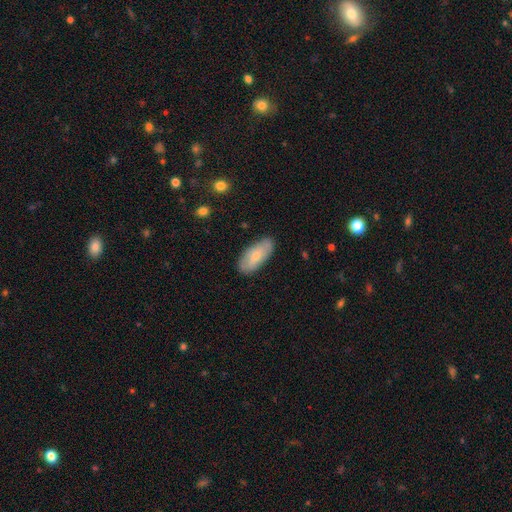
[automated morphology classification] Smooth or featured?
  - smooth: 67% *
  - featured or disk: 27%
  - star or artifact: 6%
How rounded?
  - in between: 86% *
  - cigar-shaped: 12%
  - round: 2%
Merging?
  - none: 84% *
  - minor disturbance: 13%
  - major disturbance: 2%
  - merger: 1%